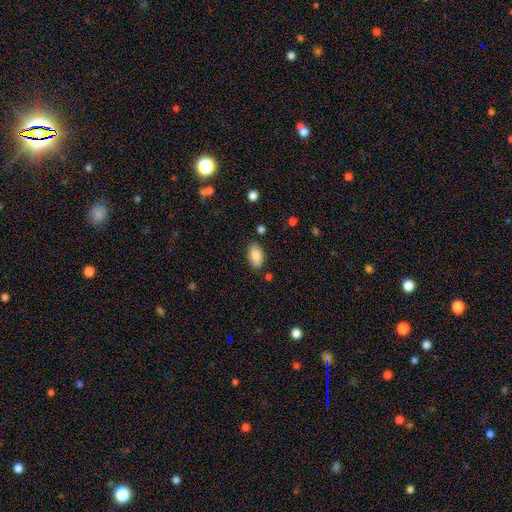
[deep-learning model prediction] Smooth or featured? smooth (87%)
How rounded? in between (94%)
Merging? none (82%)